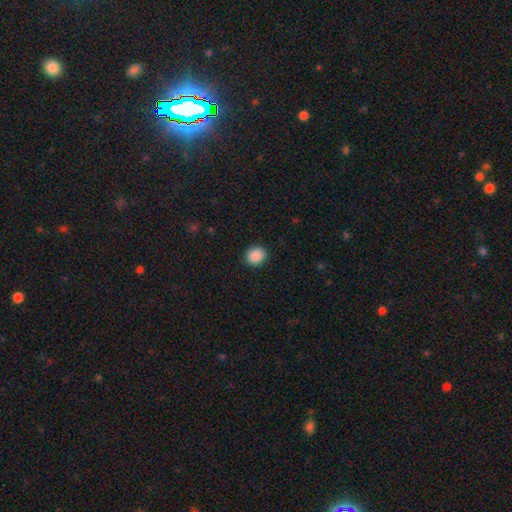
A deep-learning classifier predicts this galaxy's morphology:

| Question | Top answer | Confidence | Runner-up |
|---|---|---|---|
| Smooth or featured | smooth | 89% | star or artifact (9%) |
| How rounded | round | 80% | in between (19%) |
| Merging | none | 91% | minor disturbance (6%) |